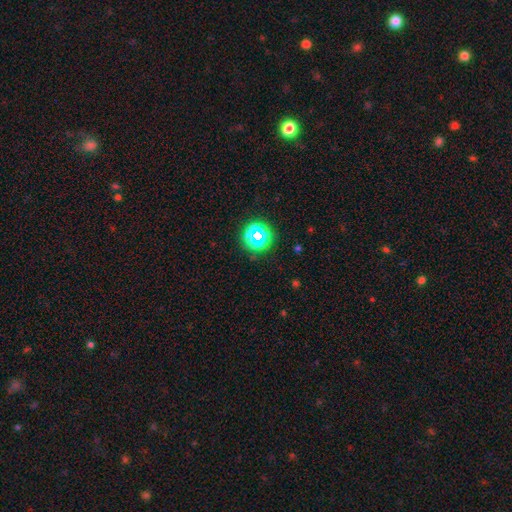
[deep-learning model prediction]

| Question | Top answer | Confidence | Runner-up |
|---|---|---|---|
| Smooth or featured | star or artifact | 58% | smooth (35%) |